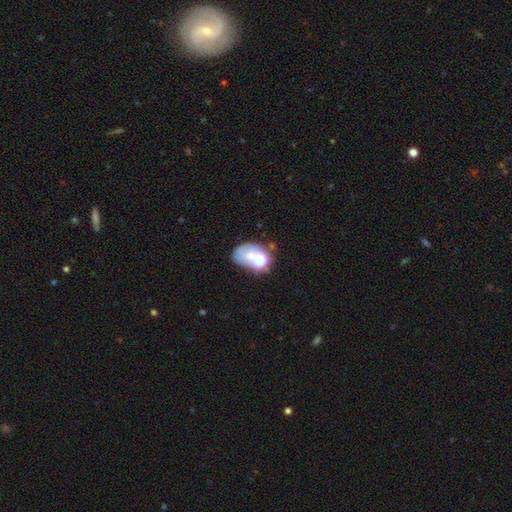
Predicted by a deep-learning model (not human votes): The model was most divided on "merging": none: 38%, merger: 22%, major disturbance: 20%, minor disturbance: 20%. More confident: how rounded — in between (71%); smooth or featured — smooth (53%).